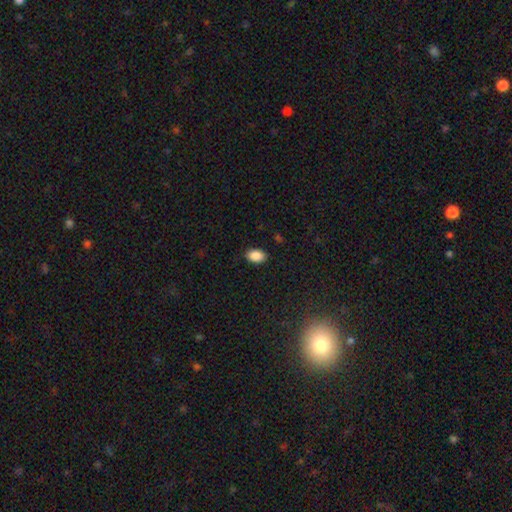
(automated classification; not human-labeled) smooth_or_featured: smooth (p=0.88) [alt: star or artifact p=0.08]
how_rounded: in between (p=0.89) [alt: round p=0.10]
merging: none (p=0.88) [alt: minor disturbance p=0.09]